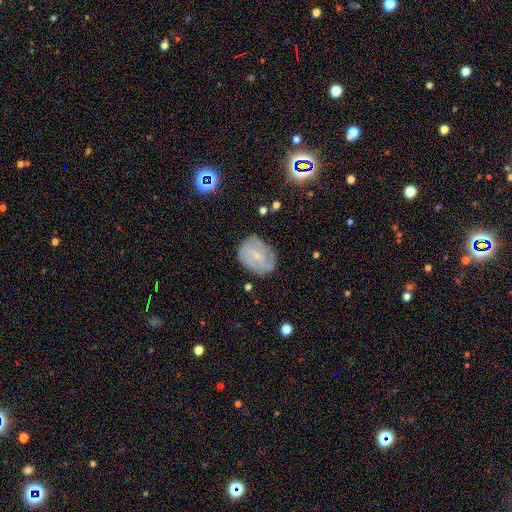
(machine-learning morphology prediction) featured or disk 65%, smooth 25%, star or artifact 10%. Down the decision tree: edge-on disk — no (97%); bar — no (54%); spiral arms — yes (85%); spiral arm count — can't tell (44%); spiral winding — tight (59%); bulge size — small (72%); merging — none (71%).